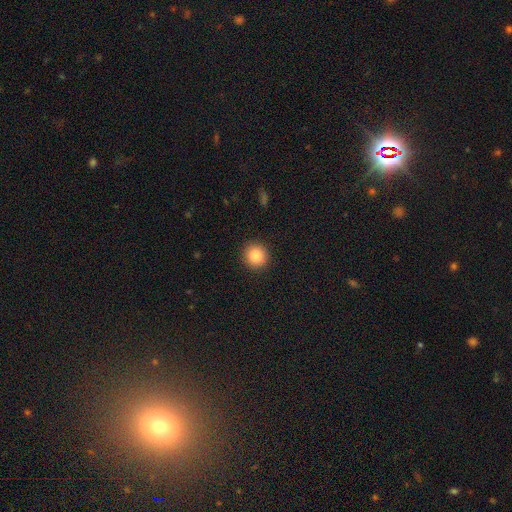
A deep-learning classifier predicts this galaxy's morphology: smooth-or-featured: smooth: 84% | star or artifact: 10% | featured or disk: 6%
  how-rounded: round: 93% | in between: 6% | cigar-shaped: 1%
  merging: none: 92% | minor disturbance: 6% | major disturbance: 2% | merger: 1%